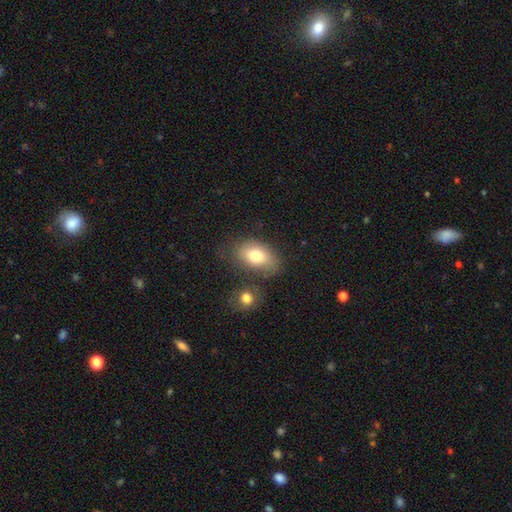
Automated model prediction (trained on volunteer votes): Overall: smooth (78%). How rounded: in between (88%). Merging: none (59%; minor disturbance 21%).